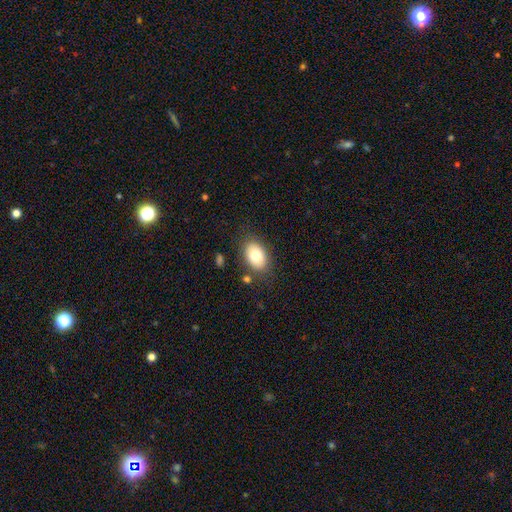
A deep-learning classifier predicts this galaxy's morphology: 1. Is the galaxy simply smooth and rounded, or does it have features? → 78% smooth, 14% featured or disk, 8% star or artifact.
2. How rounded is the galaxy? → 87% in between, 12% round, 1% cigar-shaped.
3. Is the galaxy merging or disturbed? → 81% none, 12% minor disturbance, 4% major disturbance, 3% merger.